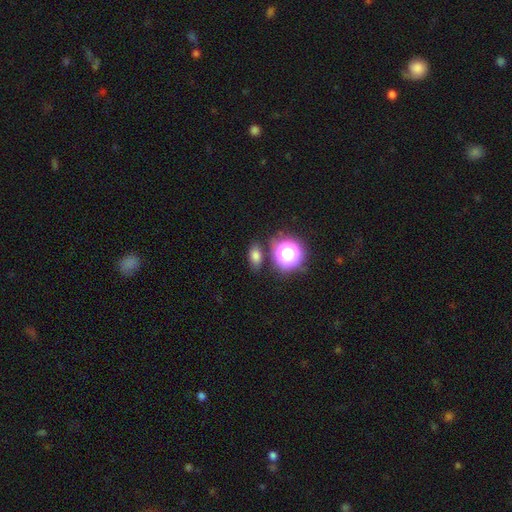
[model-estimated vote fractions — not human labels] A smooth galaxy with no disk features (70%) that is in between round and cigar-shaped (74%). Merging: none (76%).